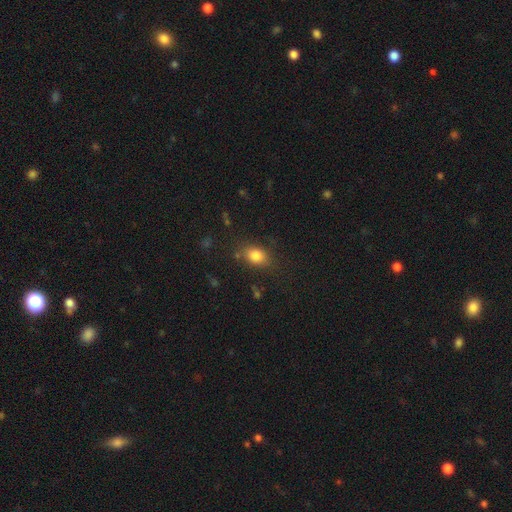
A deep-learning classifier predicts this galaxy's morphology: type=smooth (82%); roundness=in between (72%); merging=none (76%).